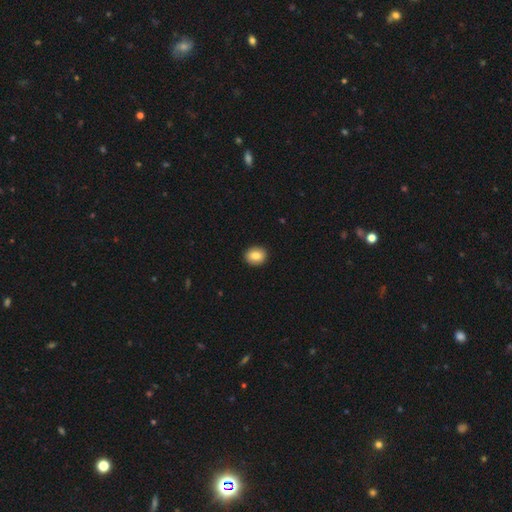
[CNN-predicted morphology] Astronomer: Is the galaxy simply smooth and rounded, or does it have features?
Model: smooth — 85%.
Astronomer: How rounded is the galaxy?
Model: round — 60% (runner-up: in between, 39%).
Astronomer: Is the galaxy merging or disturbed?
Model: none — 92%.